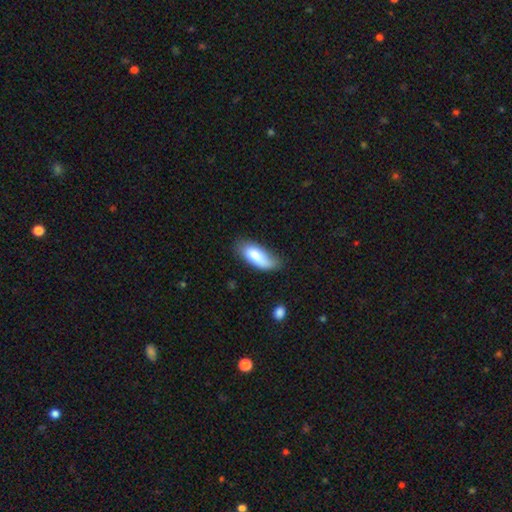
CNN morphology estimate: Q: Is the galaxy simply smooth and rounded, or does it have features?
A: smooth — 80%.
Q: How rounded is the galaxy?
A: in between — 81%.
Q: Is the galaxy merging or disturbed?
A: none — 53%.